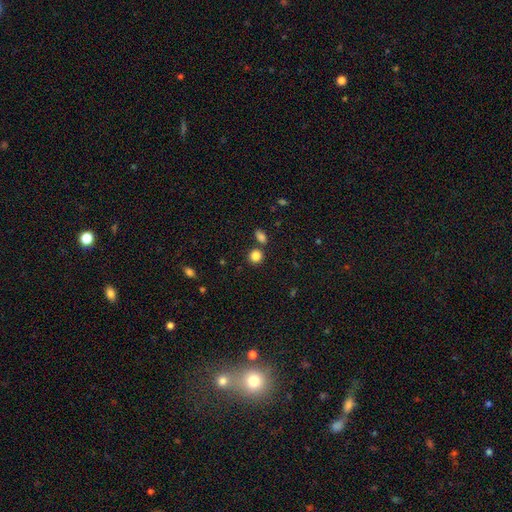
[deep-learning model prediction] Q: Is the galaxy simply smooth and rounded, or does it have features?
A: smooth — 85%.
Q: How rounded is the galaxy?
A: round — 83%.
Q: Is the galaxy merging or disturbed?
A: none — 74%.